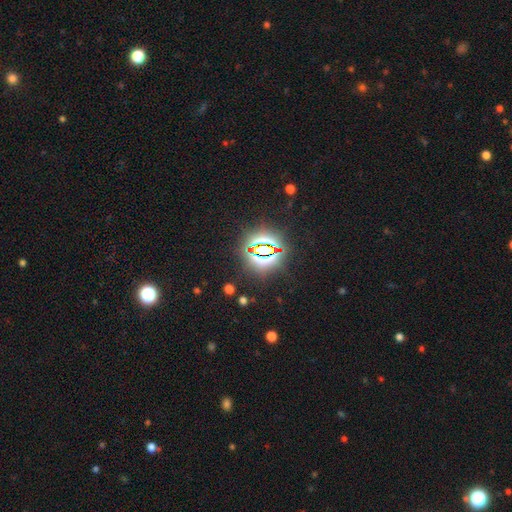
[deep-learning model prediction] Smooth or featured? star or artifact (77%)